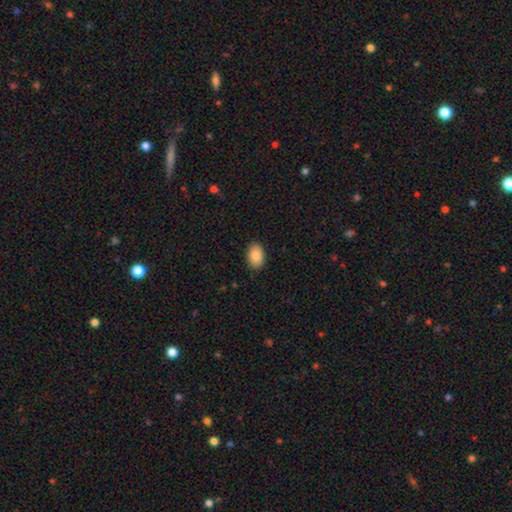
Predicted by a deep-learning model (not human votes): smooth_or_featured: smooth (p=0.86) [alt: star or artifact p=0.07]
how_rounded: in between (p=0.87) [alt: round p=0.12]
merging: none (p=0.88) [alt: minor disturbance p=0.09]